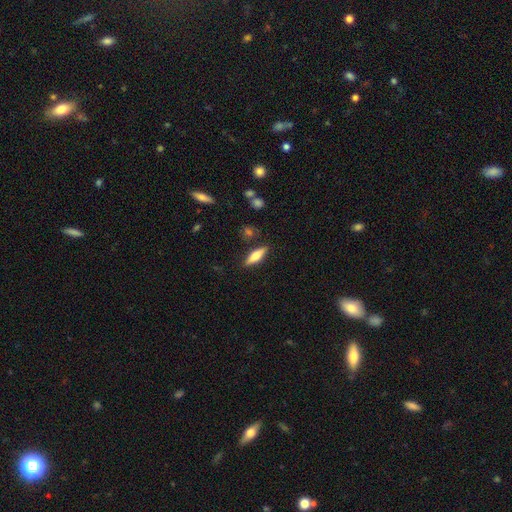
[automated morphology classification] Smooth or featured? Predicted: smooth (p=0.49). Merging? Predicted: none (p=0.85).